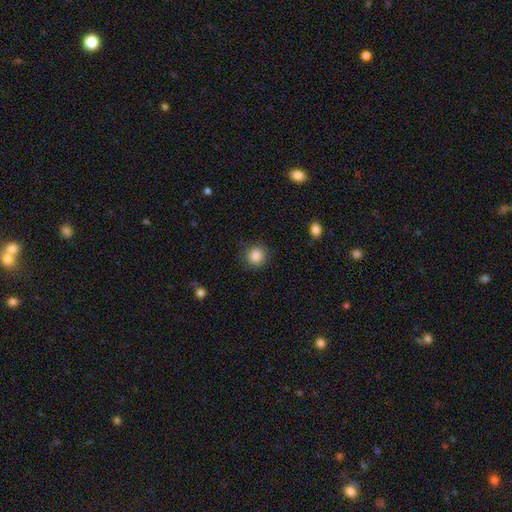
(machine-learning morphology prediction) type=smooth (86%); roundness=round (92%); merging=none (87%).